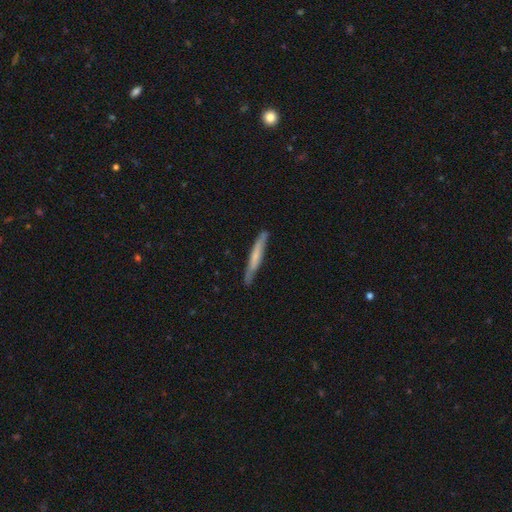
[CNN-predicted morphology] The model was most divided on "smooth or featured": smooth: 51%, featured or disk: 44%, star or artifact: 5%. More confident: how rounded — cigar-shaped (96%); merging — none (82%).